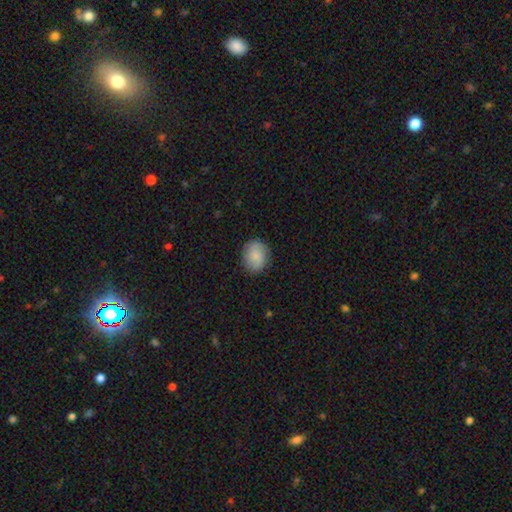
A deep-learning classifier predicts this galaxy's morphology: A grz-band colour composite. It shows a smooth galaxy with no disk features (81%) that is round (59%). Merging: none (84%).